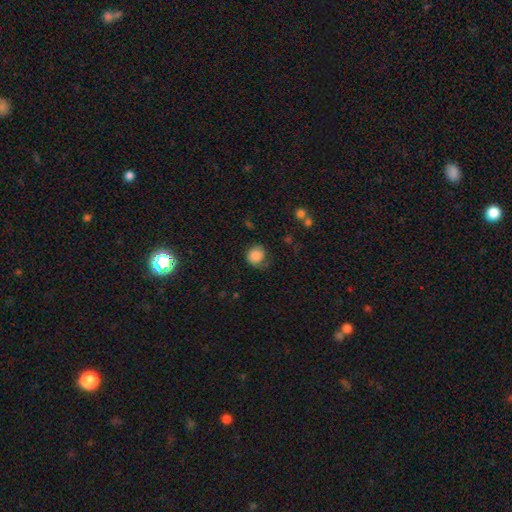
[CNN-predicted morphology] A smooth galaxy with no disk features (73%) that is round (79%).

Vote fractions:
- Smooth or featured? smooth: 73% / featured or disk: 19% / star or artifact: 8%
- How rounded? round: 79% / in between: 21% / cigar-shaped: 1%
- Merging? none: 50% / minor disturbance: 28% / major disturbance: 21% / merger: 2%